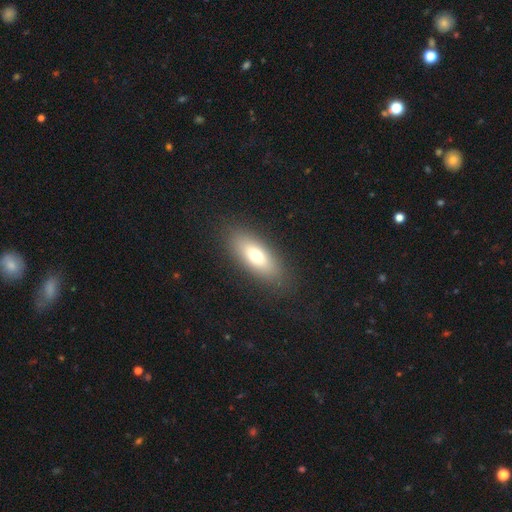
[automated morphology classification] Smooth or featured? Predicted: smooth (p=0.71). How rounded? Predicted: in between (p=0.75). Merging? Predicted: none (p=0.86).